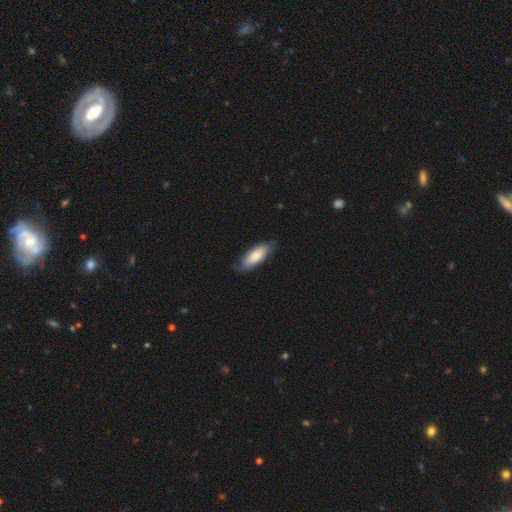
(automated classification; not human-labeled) Morphology: type=smooth (78%); roundness=in between (74%); merging=none (71%).